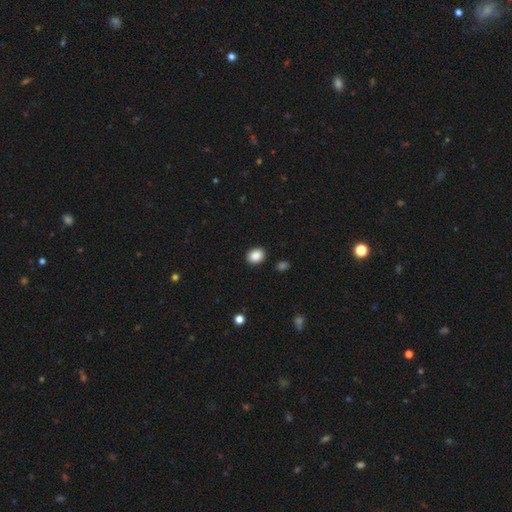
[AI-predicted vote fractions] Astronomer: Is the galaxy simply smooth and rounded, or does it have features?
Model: smooth — 88%.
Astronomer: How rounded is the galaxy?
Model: in between — 51% (runner-up: round, 48%).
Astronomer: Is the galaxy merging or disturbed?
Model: none — 89%.